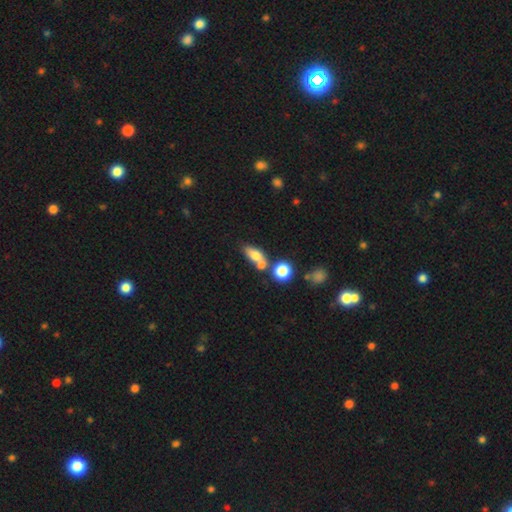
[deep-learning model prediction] Smooth or featured? Predicted: smooth (p=0.72). How rounded? Predicted: in between (p=0.71). Merging? Predicted: none (p=0.42).